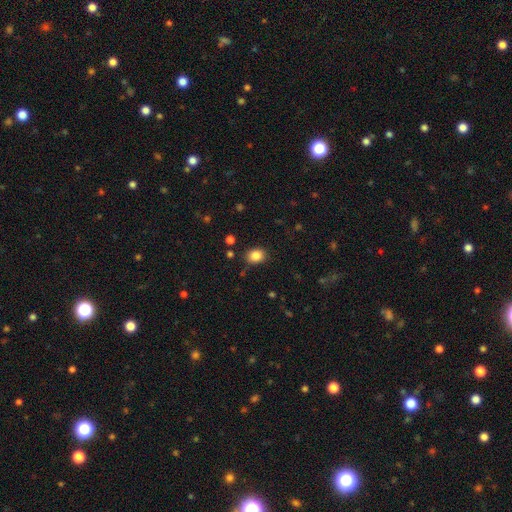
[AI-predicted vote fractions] A smooth galaxy with no disk features (85%) that is in between round and cigar-shaped (50%). Merging: none (84%).